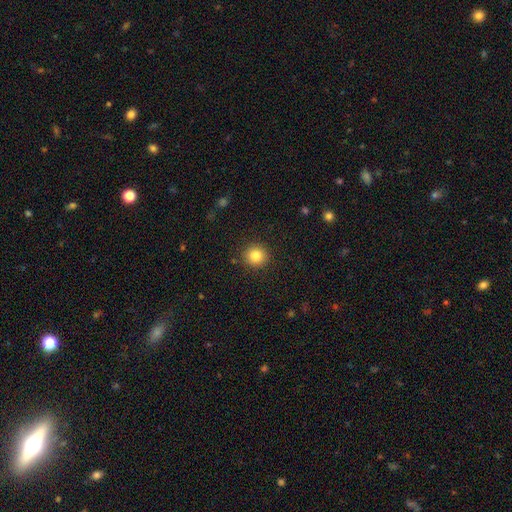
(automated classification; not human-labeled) smooth_or_featured: smooth (p=0.83) [alt: star or artifact p=0.10]
how_rounded: round (p=0.92) [alt: in between p=0.07]
merging: none (p=0.91) [alt: minor disturbance p=0.06]